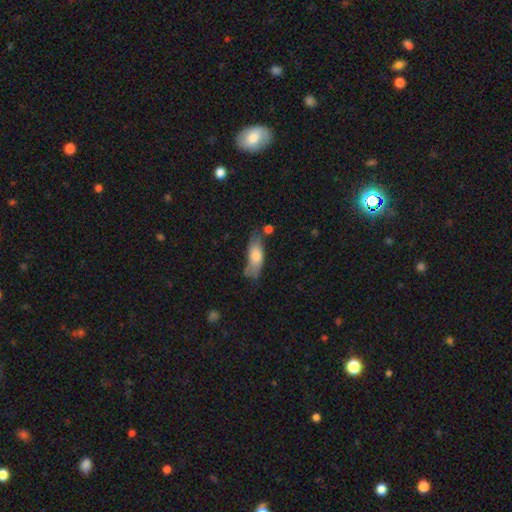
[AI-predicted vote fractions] The model was most divided on "merging": none: 53%, minor disturbance: 29%, major disturbance: 10%, merger: 8%. More confident: smooth or featured — smooth (73%); how rounded — in between (69%).